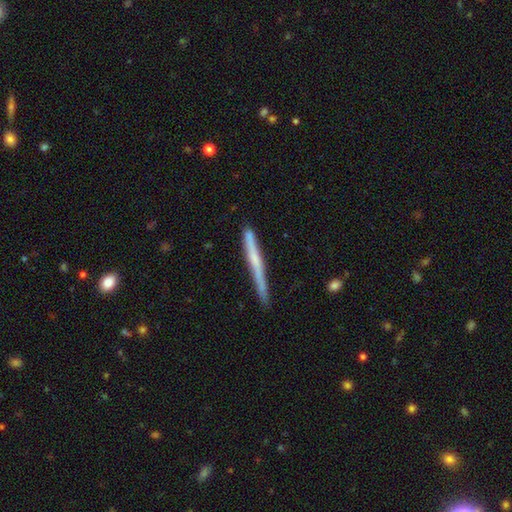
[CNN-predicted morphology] type=featured or disk (55%); edge-on=yes (97%); edge-on bulge=none (55%); merging=none (85%).